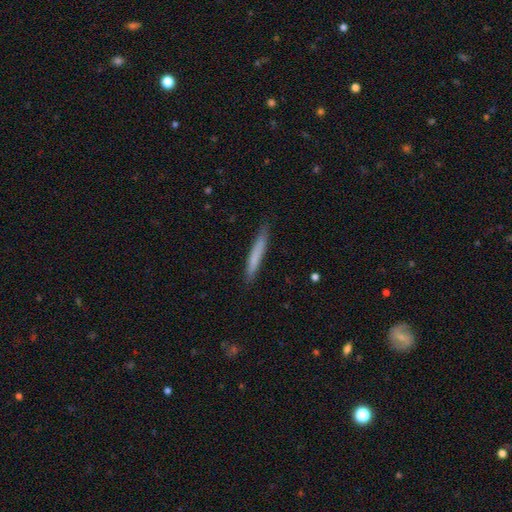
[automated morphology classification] A smooth galaxy with no disk features (73%) that is cigar-shaped (96%).

Vote fractions:
- Smooth or featured? smooth: 73% / featured or disk: 21% / star or artifact: 6%
- How rounded? cigar-shaped: 96% / in between: 3% / round: 1%
- Merging? none: 87% / minor disturbance: 10% / major disturbance: 2% / merger: 1%